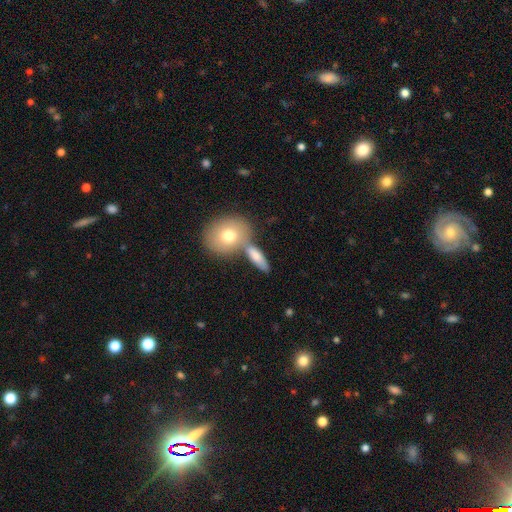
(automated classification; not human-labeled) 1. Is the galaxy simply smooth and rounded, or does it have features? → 76% smooth, 17% featured or disk, 6% star or artifact.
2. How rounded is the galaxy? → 61% in between, 24% cigar-shaped, 15% round.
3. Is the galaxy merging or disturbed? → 52% none, 33% merger, 11% minor disturbance, 4% major disturbance.